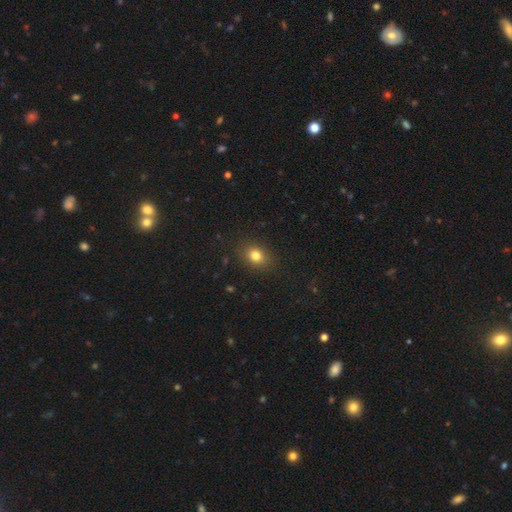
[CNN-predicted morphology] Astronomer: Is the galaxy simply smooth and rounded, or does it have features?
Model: smooth — 80%.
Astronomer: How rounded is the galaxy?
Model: in between — 53% (runner-up: round, 45%).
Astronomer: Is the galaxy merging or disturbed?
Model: none — 87%.